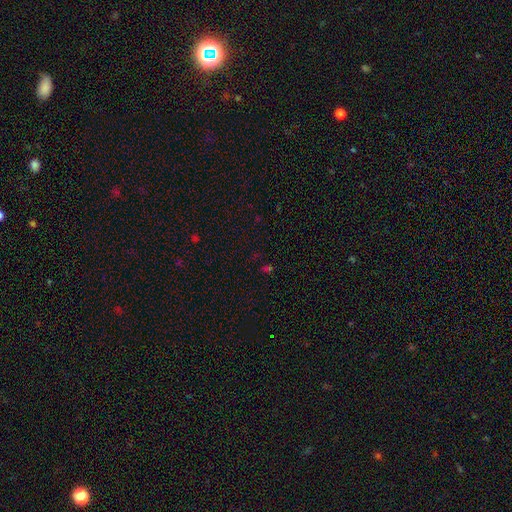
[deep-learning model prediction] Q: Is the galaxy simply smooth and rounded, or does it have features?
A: star or artifact — 58%.